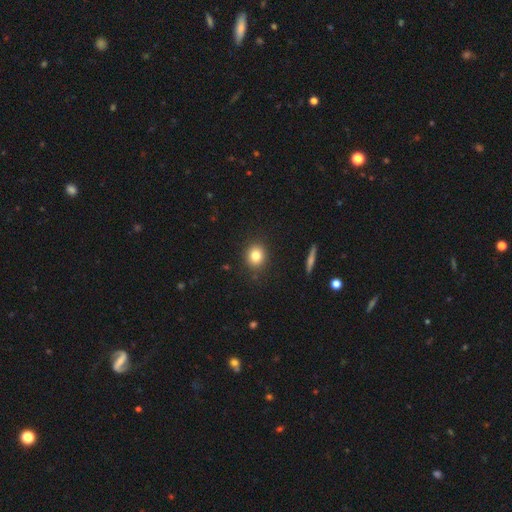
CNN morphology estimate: The model was most divided on "how rounded": round: 78%, in between: 21%, cigar-shaped: 1%. More confident: merging — none (89%); smooth or featured — smooth (81%).